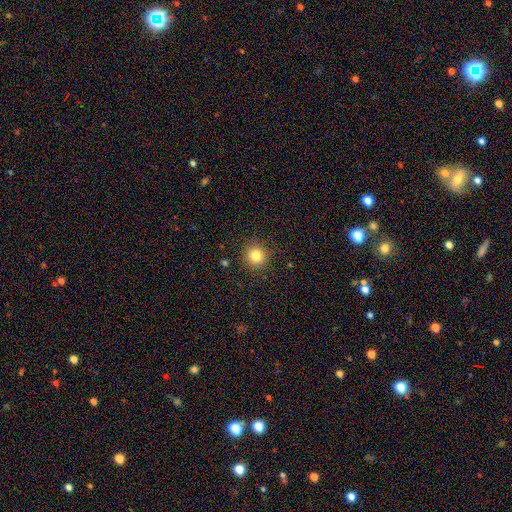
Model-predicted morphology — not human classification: This appears to be a smooth galaxy with no disk features (82%) that is round (92%). Merging: none (89%).